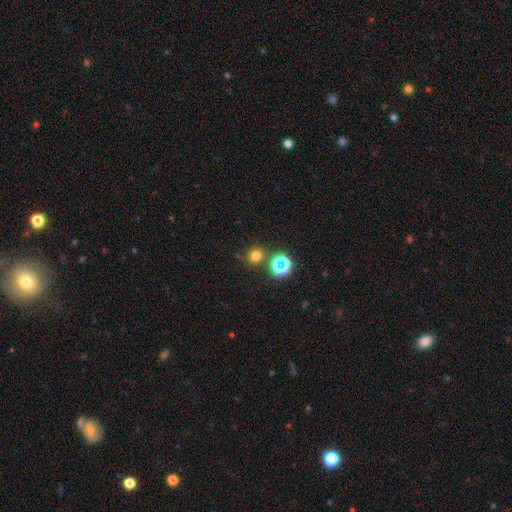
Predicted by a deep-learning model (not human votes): Overall: smooth (70%). How rounded: round (91%). Merging: none (79%).